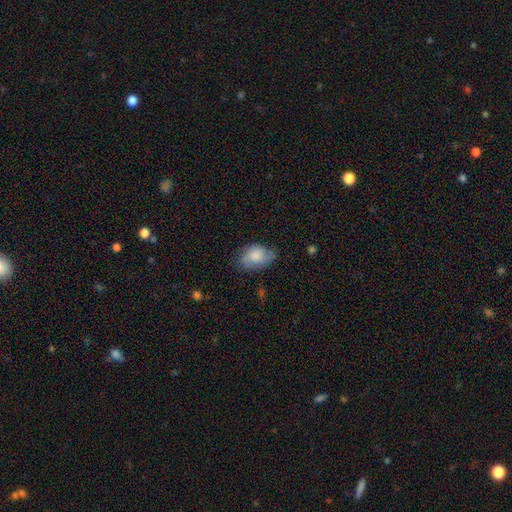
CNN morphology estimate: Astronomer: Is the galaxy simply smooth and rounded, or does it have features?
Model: smooth — 72%.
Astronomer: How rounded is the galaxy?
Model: in between — 85%.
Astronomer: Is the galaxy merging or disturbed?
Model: none — 57%.